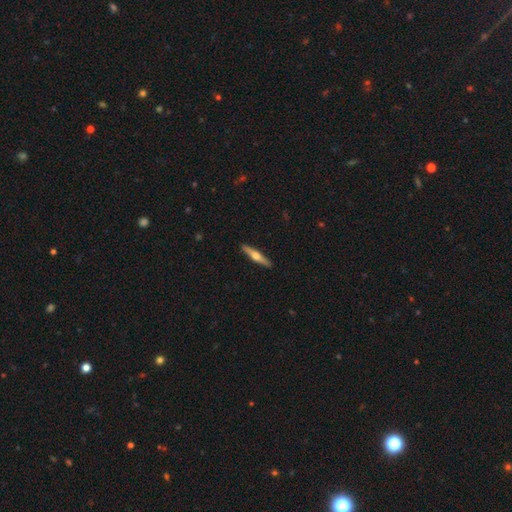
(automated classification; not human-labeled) Smooth or featured: featured or disk — 65% (smooth — 30%)
Edge-on disk: yes — 98% (no — 2%)
Edge-on bulge: rounded — 94% (boxy — 3%)
Merging: none — 92% (minor disturbance — 6%)